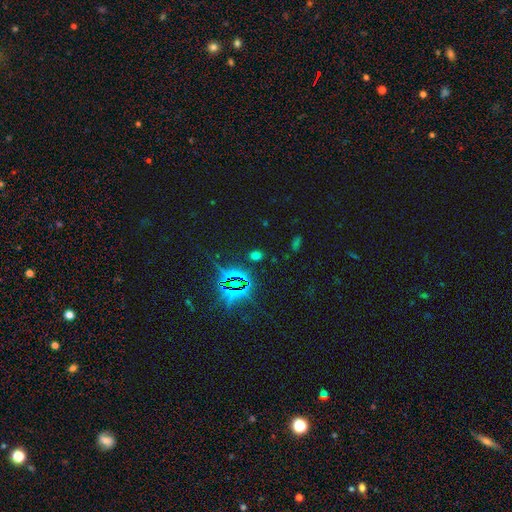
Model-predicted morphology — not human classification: smooth-or-featured: star or artifact: 49% | smooth: 44% | featured or disk: 7%